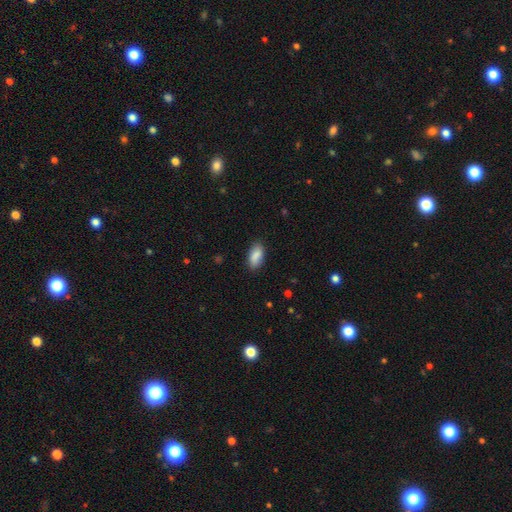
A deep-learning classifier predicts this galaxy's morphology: Smooth or featured? smooth (88%)
How rounded? in between (90%)
Merging? none (84%)